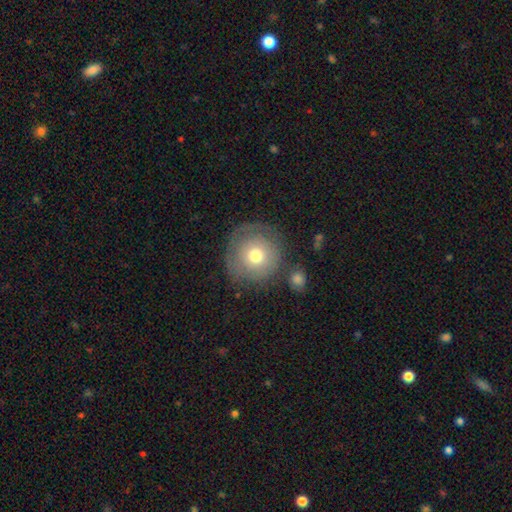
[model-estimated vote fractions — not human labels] A smooth galaxy with no disk features (65%) that is round (93%).

Vote fractions:
- Smooth or featured? smooth: 65% / featured or disk: 27% / star or artifact: 8%
- How rounded? round: 93% / in between: 6% / cigar-shaped: 1%
- Merging? none: 71% / minor disturbance: 16% / major disturbance: 7% / merger: 6%